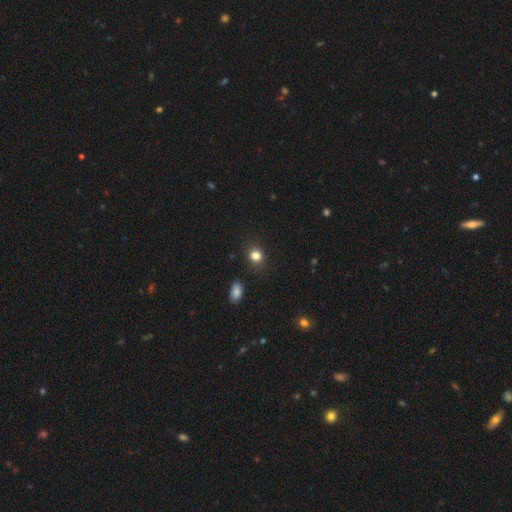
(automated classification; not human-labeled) Smooth or featured: smooth — 82% (star or artifact — 13%)
How rounded: round — 74% (in between — 25%)
Merging: none — 85% (minor disturbance — 10%)